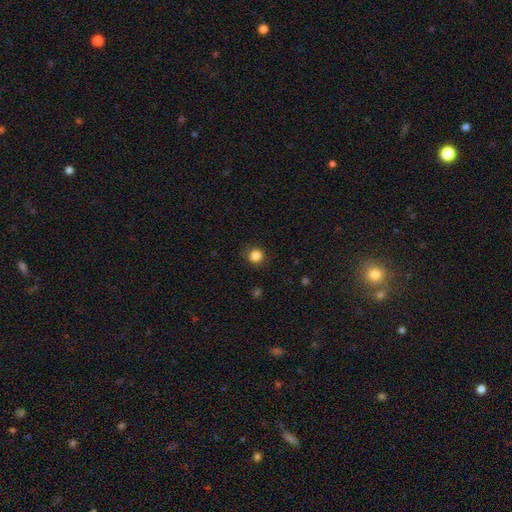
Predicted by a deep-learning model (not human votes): Smooth or featured? smooth (85%)
How rounded? round (92%)
Merging? none (88%)